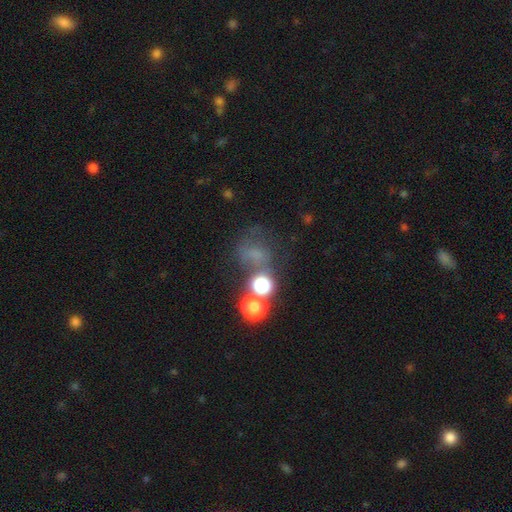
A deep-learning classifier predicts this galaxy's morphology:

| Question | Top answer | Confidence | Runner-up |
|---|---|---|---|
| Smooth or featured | smooth | 44% | star or artifact (33%) |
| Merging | none | 43% | major disturbance (21%) |